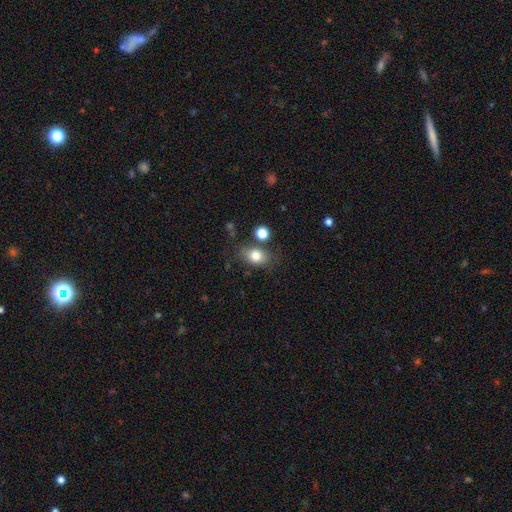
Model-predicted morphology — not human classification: A smooth galaxy with no disk features (80%) that is in between round and cigar-shaped (72%). Merging: none (72%).